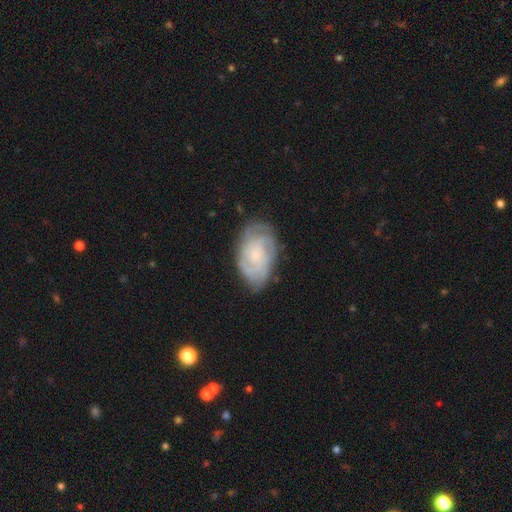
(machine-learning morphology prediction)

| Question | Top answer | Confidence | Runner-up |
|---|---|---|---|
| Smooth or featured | featured or disk | 71% | smooth (23%) |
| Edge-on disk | no | 97% | yes (3%) |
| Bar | no | 73% | weak (23%) |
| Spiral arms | yes | 90% | no (10%) |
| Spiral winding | tight | 59% | medium (32%) |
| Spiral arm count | can't tell | 42% | 2 (20%) |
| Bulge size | small | 56% | moderate (26%) |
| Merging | none | 69% | minor disturbance (22%) |